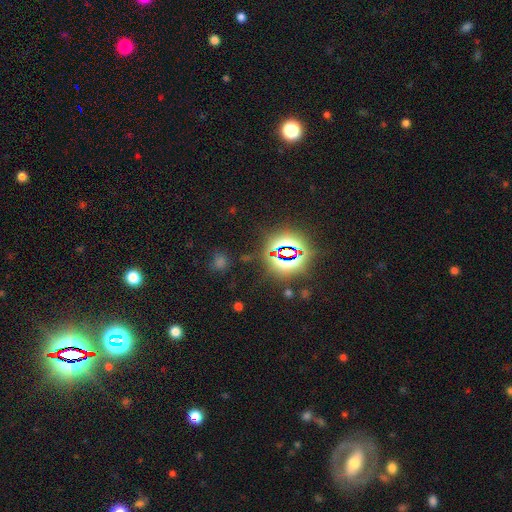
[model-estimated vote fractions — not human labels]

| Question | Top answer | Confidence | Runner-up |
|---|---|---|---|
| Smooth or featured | star or artifact | 79% | smooth (14%) |